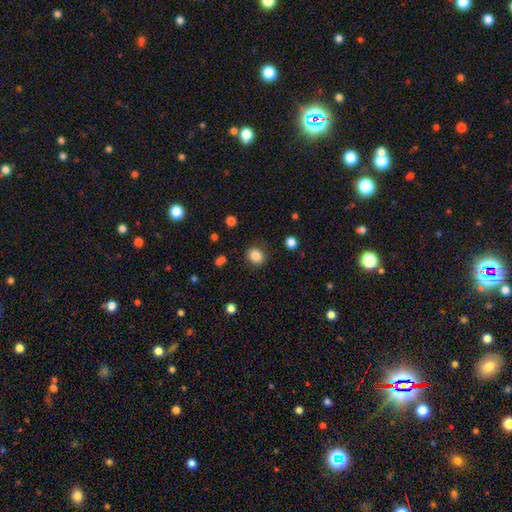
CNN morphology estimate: type=smooth (85%); roundness=round (51%); merging=none (85%).